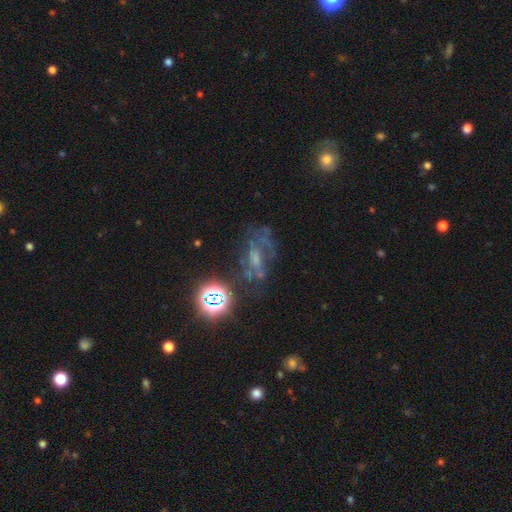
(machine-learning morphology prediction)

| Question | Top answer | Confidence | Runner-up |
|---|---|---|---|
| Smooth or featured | featured or disk | 50% | star or artifact (28%) |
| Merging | none | 40% | major disturbance (32%) |